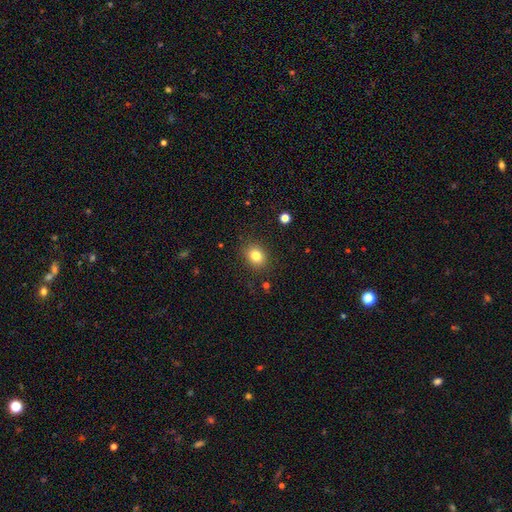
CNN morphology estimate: Smooth or featured? smooth (82%)
How rounded? round (56%)
Merging? none (87%)